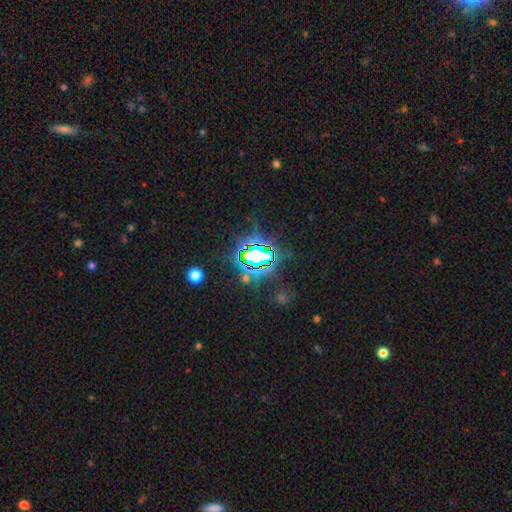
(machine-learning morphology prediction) Smooth or featured: star or artifact — 77% (smooth — 12%)